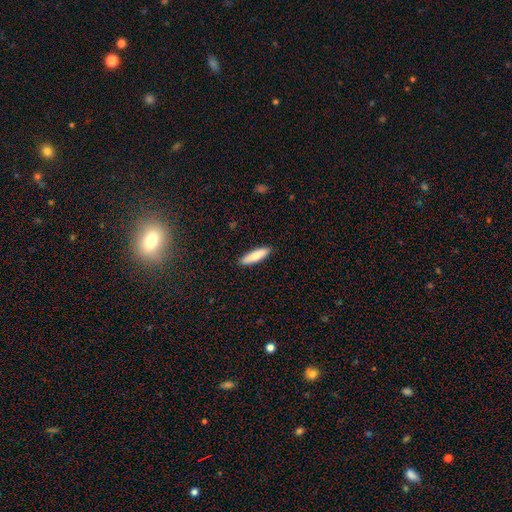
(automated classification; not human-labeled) Smooth or featured? Predicted: smooth (p=0.79). How rounded? Predicted: cigar-shaped (p=0.71). Merging? Predicted: none (p=0.91).